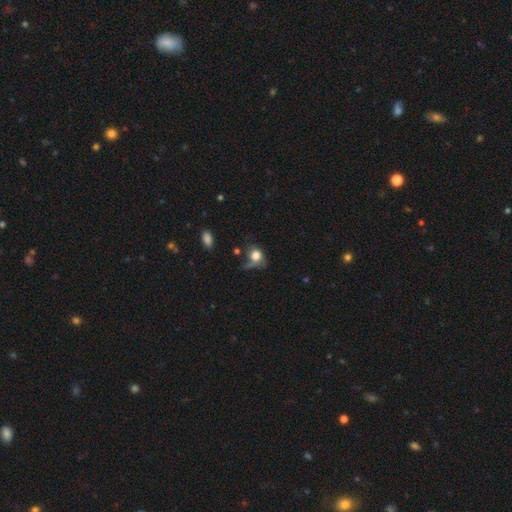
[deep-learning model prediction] A smooth galaxy with no disk features (72%) that is round (64%).

Vote fractions:
- Smooth or featured? smooth: 72% / featured or disk: 17% / star or artifact: 12%
- How rounded? round: 64% / in between: 34% / cigar-shaped: 2%
- Merging? none: 35% / major disturbance: 31% / minor disturbance: 24% / merger: 10%